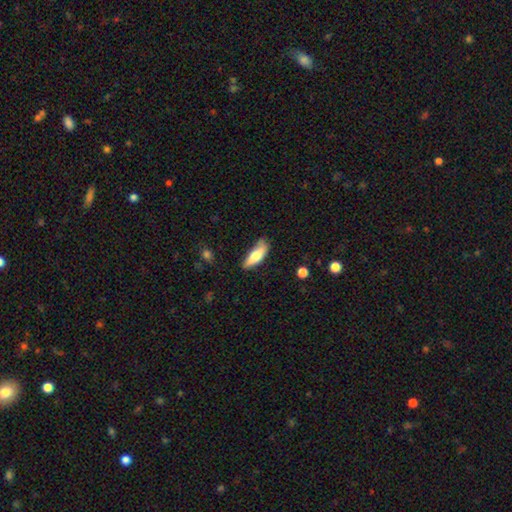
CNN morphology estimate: smooth_or_featured: smooth (p=0.71) [alt: featured or disk p=0.22]
how_rounded: in between (p=0.55) [alt: cigar-shaped p=0.43]
merging: none (p=0.60) [alt: minor disturbance p=0.29]